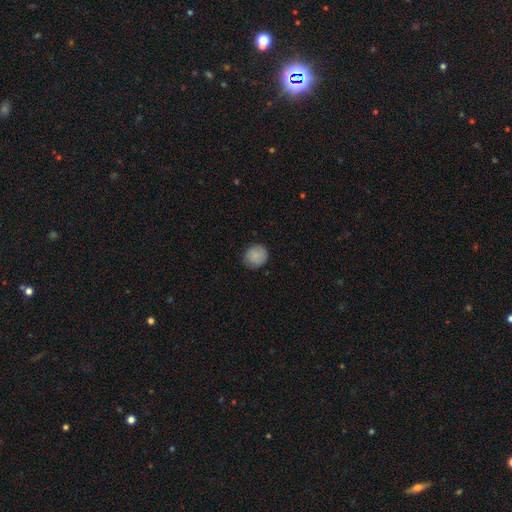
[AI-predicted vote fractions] smooth 85%, star or artifact 7%, featured or disk 7%. Down the decision tree: how rounded — round (87%); merging — none (83%).